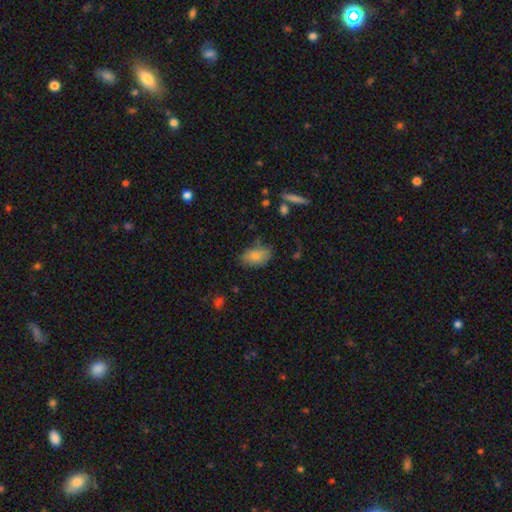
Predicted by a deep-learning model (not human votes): Smooth or featured? Predicted: smooth (p=0.80). How rounded? Predicted: in between (p=0.90). Merging? Predicted: none (p=0.70).